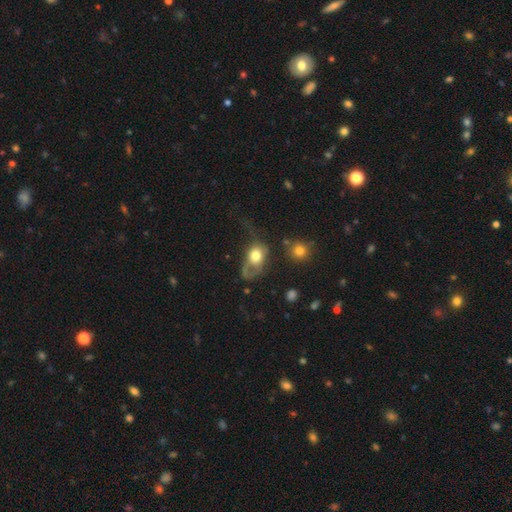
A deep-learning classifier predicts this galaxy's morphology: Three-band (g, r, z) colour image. It shows a smooth galaxy with no disk features (61%) that is in between round and cigar-shaped (59%). Merging: major disturbance (53%).